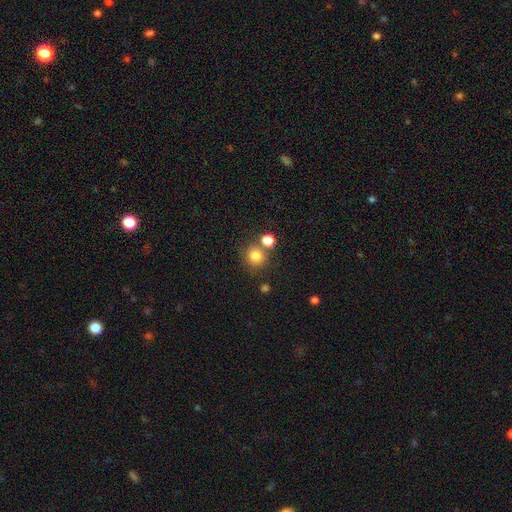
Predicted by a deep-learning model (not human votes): Morphology: type=smooth (80%); roundness=round (89%); merging=none (68%).